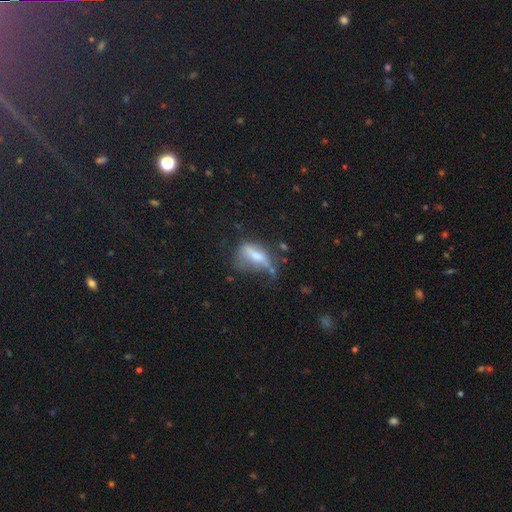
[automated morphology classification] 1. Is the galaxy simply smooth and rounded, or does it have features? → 56% smooth, 33% featured or disk, 11% star or artifact.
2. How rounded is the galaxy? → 66% in between, 27% cigar-shaped, 7% round.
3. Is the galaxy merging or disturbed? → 37% major disturbance, 27% none, 26% minor disturbance, 10% merger.